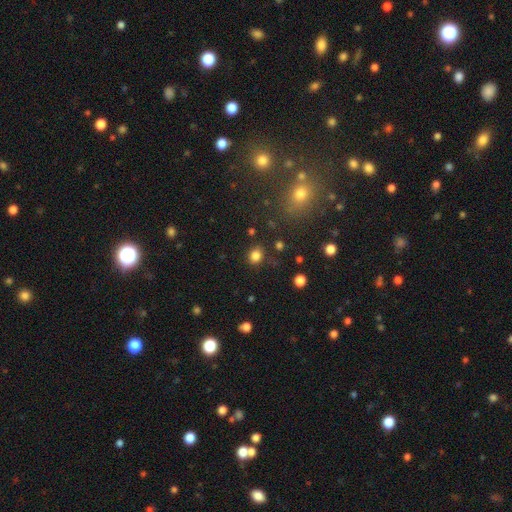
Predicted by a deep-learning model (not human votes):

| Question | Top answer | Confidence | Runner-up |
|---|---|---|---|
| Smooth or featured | smooth | 82% | star or artifact (13%) |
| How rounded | round | 67% | in between (32%) |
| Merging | none | 83% | minor disturbance (11%) |